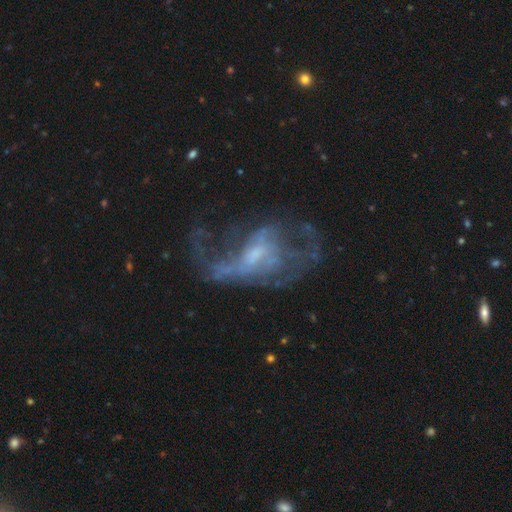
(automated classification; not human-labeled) The model was most divided on "bar": no: 46%, weak: 42%, strong: 12%. Remaining: edge-on disk — no (96%); smooth or featured — featured or disk (77%); spiral arms — yes (65%); bulge size — small (48%); merging — major disturbance (45%).